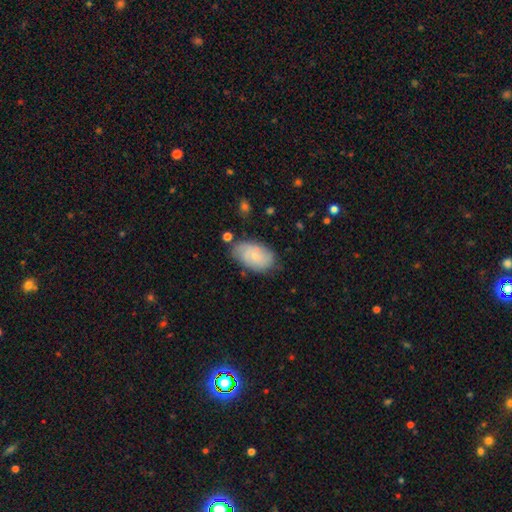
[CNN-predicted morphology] Smooth or featured?
  - smooth: 49% *
  - featured or disk: 44%
  - star or artifact: 7%
Merging?
  - none: 70% *
  - minor disturbance: 21%
  - major disturbance: 5%
  - merger: 3%